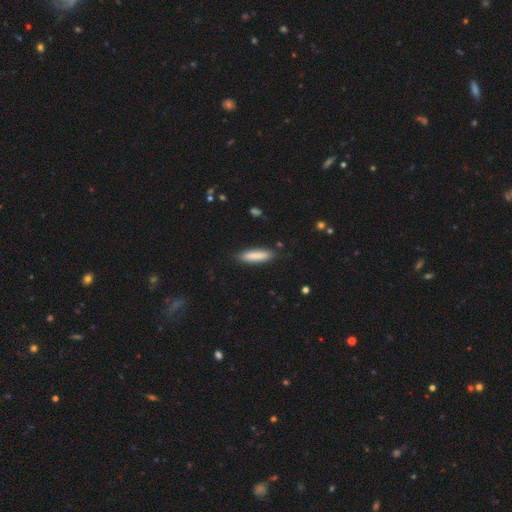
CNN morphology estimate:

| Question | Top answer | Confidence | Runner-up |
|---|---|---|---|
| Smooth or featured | smooth | 85% | featured or disk (10%) |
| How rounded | cigar-shaped | 73% | in between (26%) |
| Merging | none | 87% | minor disturbance (10%) |